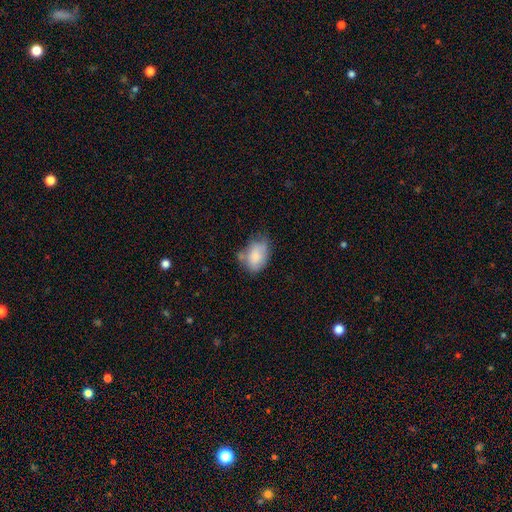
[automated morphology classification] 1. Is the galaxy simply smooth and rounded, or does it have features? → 79% smooth, 14% featured or disk, 8% star or artifact.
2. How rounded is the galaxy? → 83% in between, 16% round, 1% cigar-shaped.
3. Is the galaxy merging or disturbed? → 43% none, 34% minor disturbance, 12% merger, 11% major disturbance.